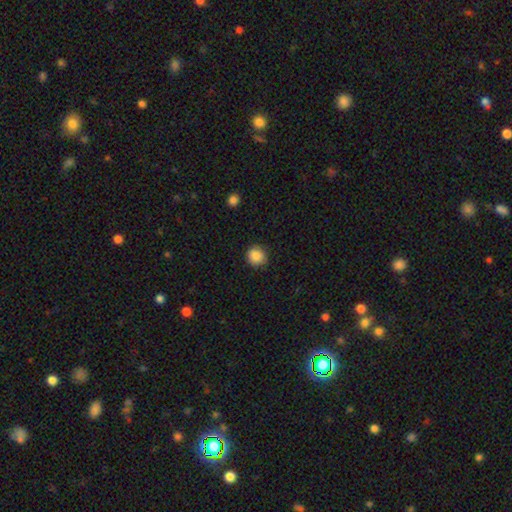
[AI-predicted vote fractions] smooth 87%, star or artifact 9%, featured or disk 4%. Down the decision tree: how rounded — round (91%); merging — none (86%).